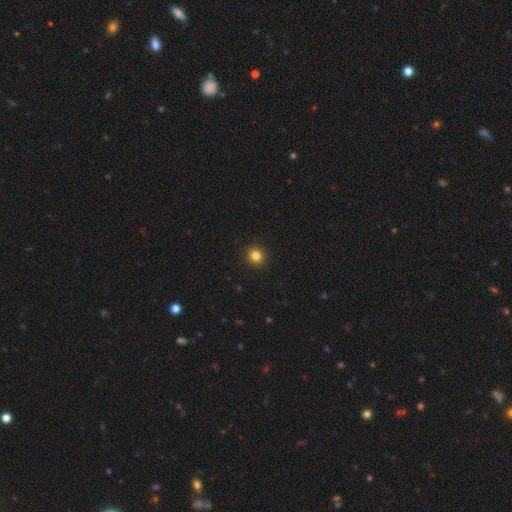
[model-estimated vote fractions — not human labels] smooth 83%, star or artifact 12%, featured or disk 4%. Down the decision tree: how rounded — round (92%); merging — none (93%).